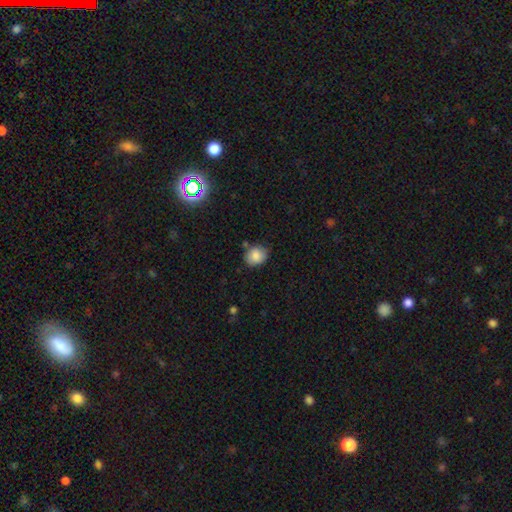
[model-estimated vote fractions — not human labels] A smooth galaxy with no disk features (85%) that is round (62%). Merging: none (73%).